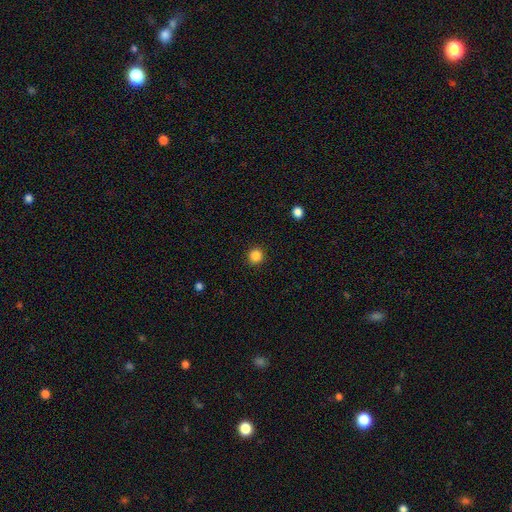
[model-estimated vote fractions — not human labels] smooth 86%, star or artifact 11%, featured or disk 3%. Down the decision tree: how rounded — round (92%); merging — none (92%).